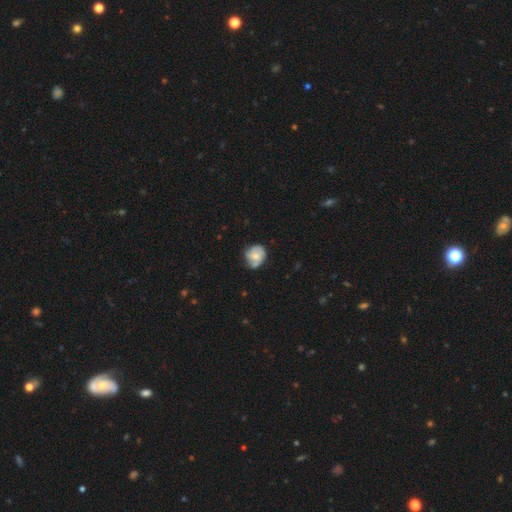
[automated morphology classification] featured or disk 52%, smooth 41%, star or artifact 7%. Down the decision tree: edge-on disk — no (97%); bar — no (69%); spiral arms — yes (81%); bulge size — moderate (48%); merging — none (60%).